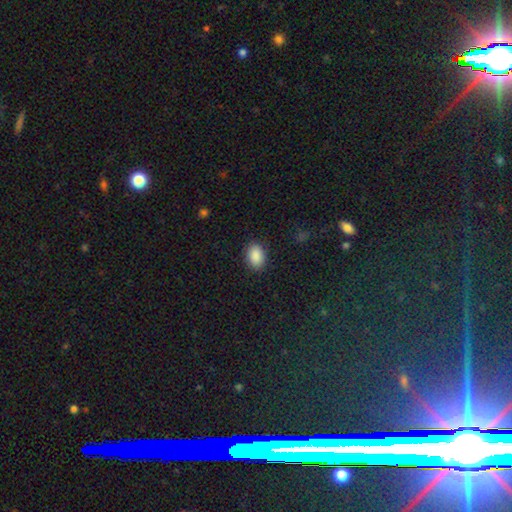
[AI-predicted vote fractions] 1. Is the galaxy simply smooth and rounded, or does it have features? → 90% smooth, 7% star or artifact, 3% featured or disk.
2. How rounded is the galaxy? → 86% in between, 13% round, 1% cigar-shaped.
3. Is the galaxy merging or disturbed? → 88% none, 8% minor disturbance, 2% major disturbance, 1% merger.